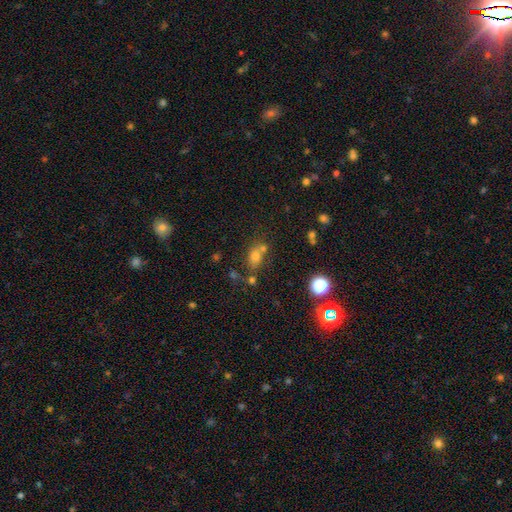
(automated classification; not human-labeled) Smooth or featured: smooth — 60% (star or artifact — 28%)
How rounded: in between — 58% (round — 39%)
Merging: none — 56% (merger — 26%)